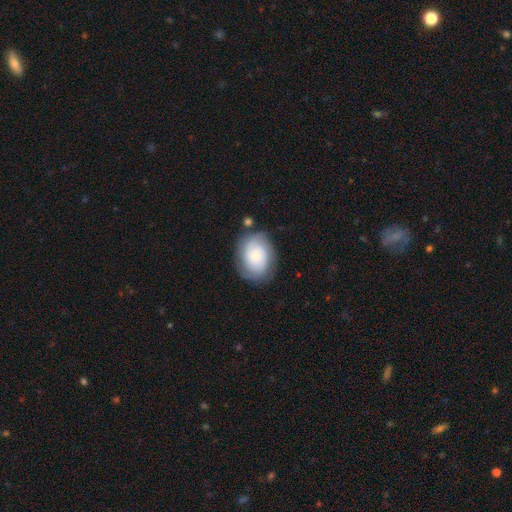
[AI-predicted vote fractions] This appears to be a featured or disk galaxy (47%). Merging: none (73%).